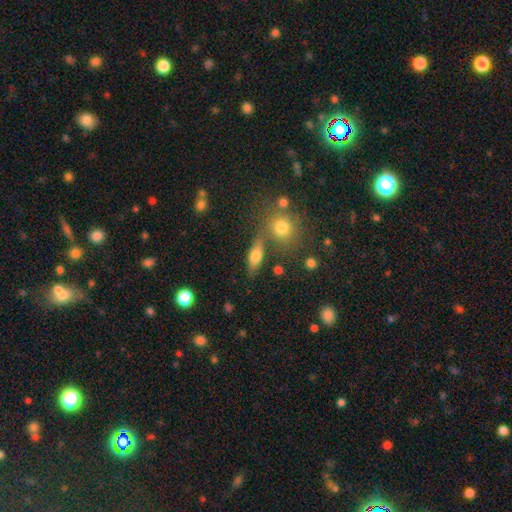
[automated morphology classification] smooth-or-featured: smooth: 67% | featured or disk: 22% | star or artifact: 11%
  how-rounded: in between: 62% | cigar-shaped: 27% | round: 11%
  merging: none: 67% | merger: 14% | minor disturbance: 14% | major disturbance: 6%